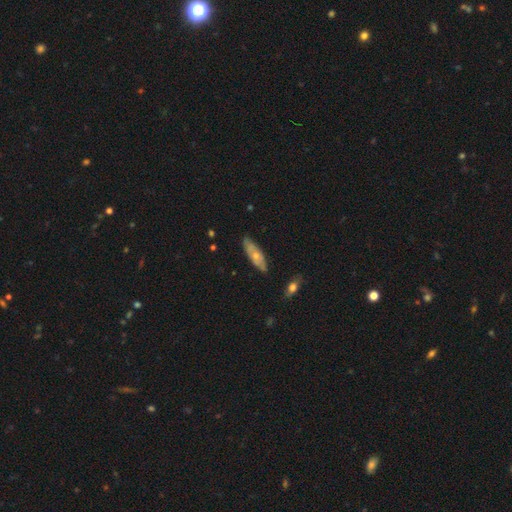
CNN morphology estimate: smooth_or_featured: smooth (p=0.54) [alt: featured or disk p=0.40]
how_rounded: in between (p=0.50) [alt: cigar-shaped p=0.48]
merging: none (p=0.80) [alt: minor disturbance p=0.16]